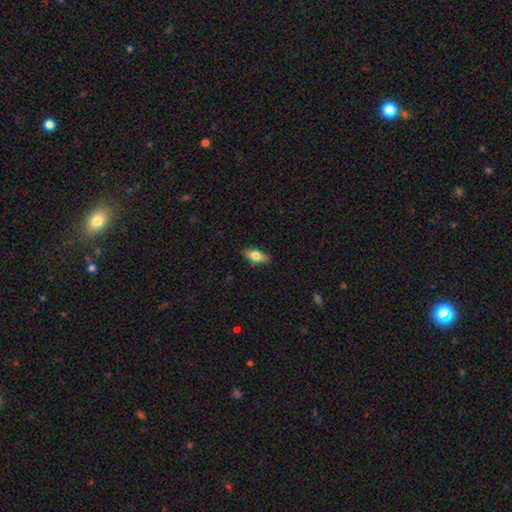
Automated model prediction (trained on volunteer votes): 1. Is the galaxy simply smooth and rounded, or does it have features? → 72% smooth, 22% featured or disk, 7% star or artifact.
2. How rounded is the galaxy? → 82% in between, 14% cigar-shaped, 4% round.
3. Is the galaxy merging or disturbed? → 85% none, 12% minor disturbance, 2% major disturbance, 1% merger.